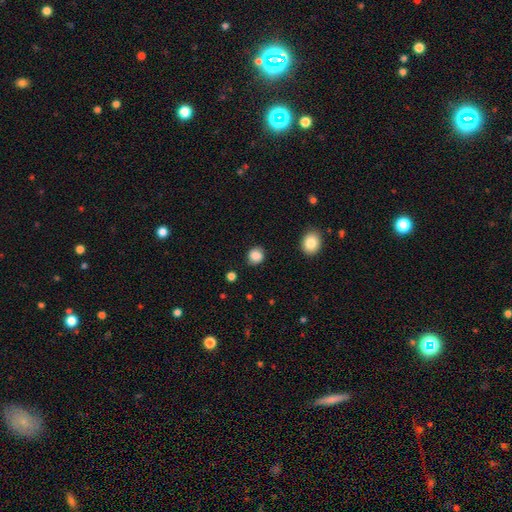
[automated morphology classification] smooth 84%, star or artifact 9%, featured or disk 7%. Down the decision tree: how rounded — round (76%); merging — none (80%).